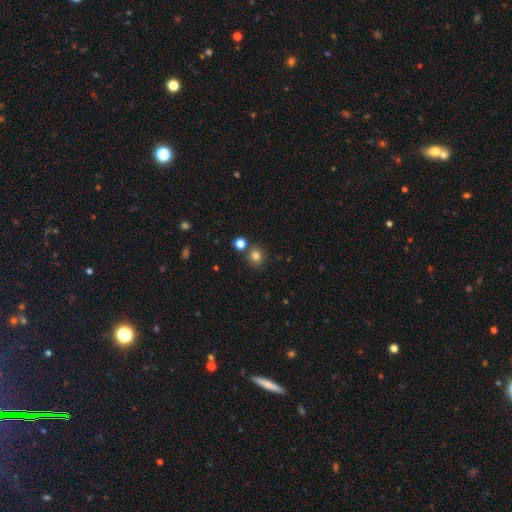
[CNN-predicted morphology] Smooth or featured?
  - smooth: 80% *
  - star or artifact: 14%
  - featured or disk: 6%
How rounded?
  - round: 85% *
  - in between: 14%
  - cigar-shaped: 1%
Merging?
  - none: 79% *
  - merger: 10%
  - minor disturbance: 8%
  - major disturbance: 3%